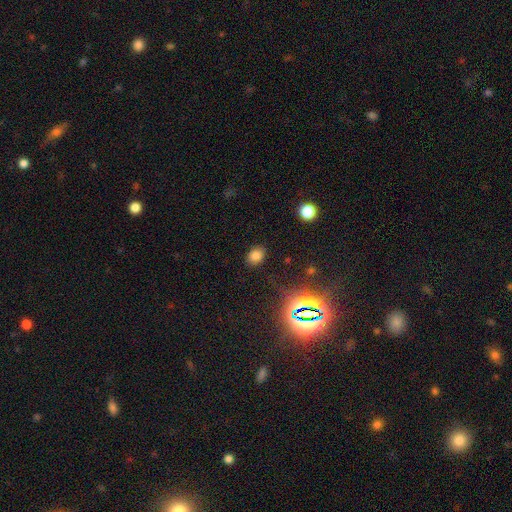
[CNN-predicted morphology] Smooth or featured? Predicted: smooth (p=0.73). How rounded? Predicted: in between (p=0.62). Merging? Predicted: none (p=0.86).